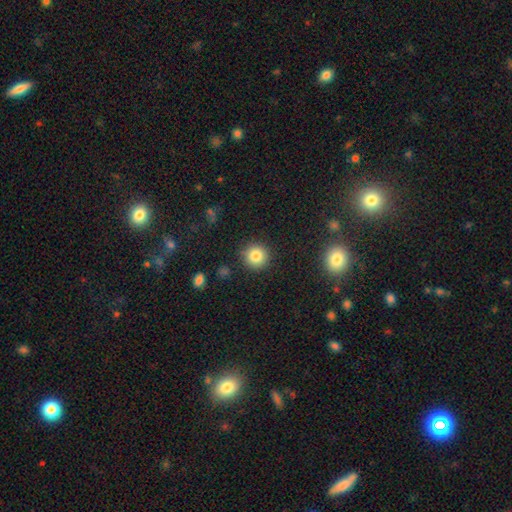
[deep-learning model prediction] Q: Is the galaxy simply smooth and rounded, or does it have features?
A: smooth — 83%.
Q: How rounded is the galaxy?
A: round — 94%.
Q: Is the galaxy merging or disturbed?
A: none — 90%.